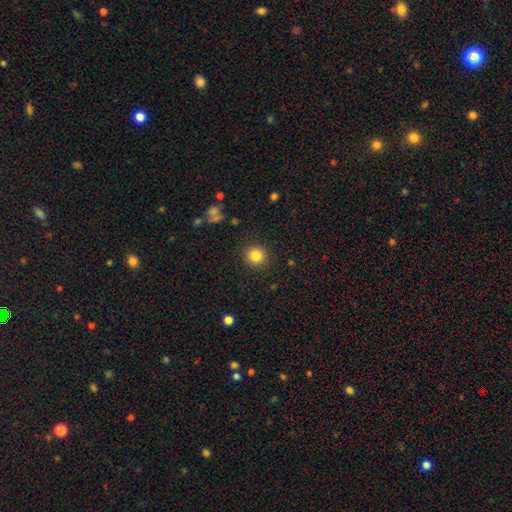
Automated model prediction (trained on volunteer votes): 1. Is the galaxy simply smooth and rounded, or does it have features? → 84% smooth, 11% star or artifact, 5% featured or disk.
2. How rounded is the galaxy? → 92% round, 7% in between, 1% cigar-shaped.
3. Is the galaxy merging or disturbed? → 90% none, 6% minor disturbance, 3% major disturbance, 1% merger.